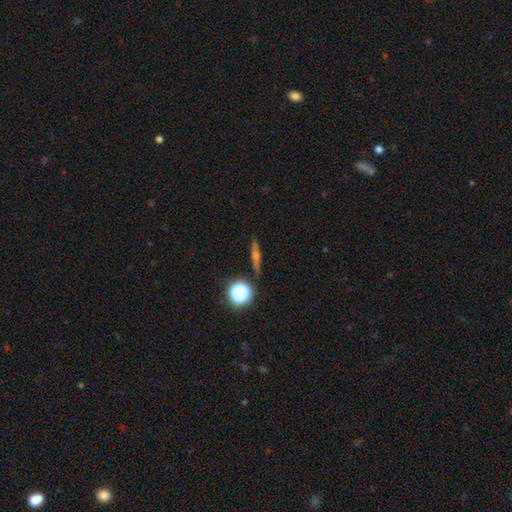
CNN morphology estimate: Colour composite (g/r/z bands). It shows a featured or disk galaxy (50%) viewed edge-on (93%). Merging: none (89%).